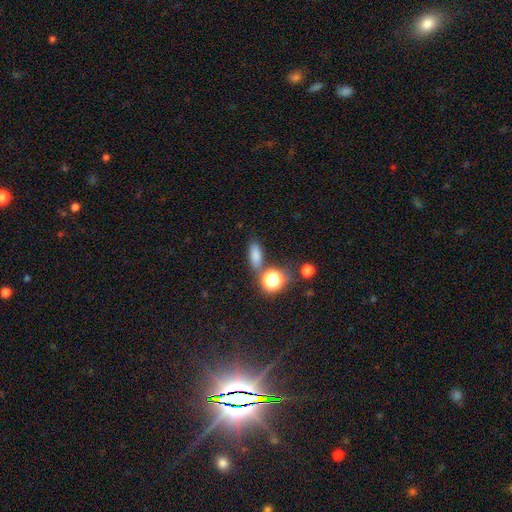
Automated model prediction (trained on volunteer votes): Smooth or featured: smooth — 75% (star or artifact — 17%)
How rounded: in between — 64% (cigar-shaped — 20%)
Merging: none — 72% (minor disturbance — 12%)